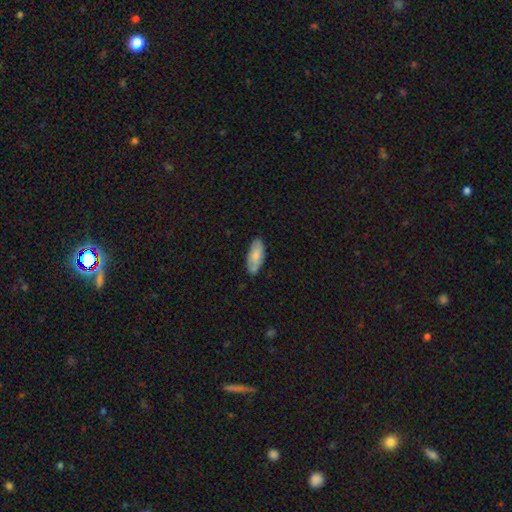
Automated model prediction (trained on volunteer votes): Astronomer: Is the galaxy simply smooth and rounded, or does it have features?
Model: smooth — 74%.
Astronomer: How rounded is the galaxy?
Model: in between — 87%.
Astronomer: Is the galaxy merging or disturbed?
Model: none — 78%.